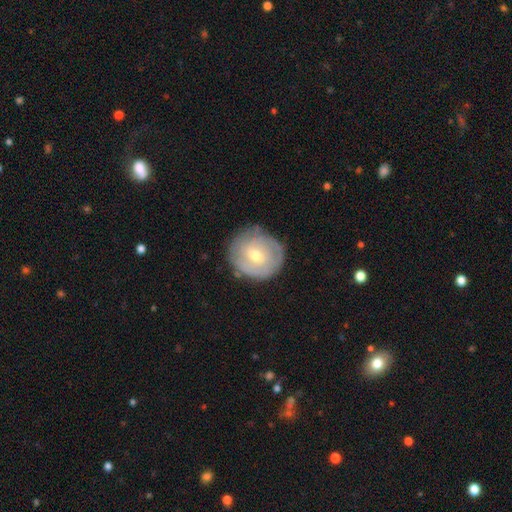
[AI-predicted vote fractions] Q: Smooth or featured?
A: featured or disk (57%); runner-up: smooth (36%)
Q: Edge-on disk?
A: no (97%); runner-up: yes (3%)
Q: Bar?
A: no (47%); runner-up: weak (45%)
Q: Spiral arms?
A: yes (72%); runner-up: no (28%)
Q: Bulge size?
A: moderate (50%); runner-up: small (46%)
Q: Merging?
A: none (78%); runner-up: minor disturbance (16%)